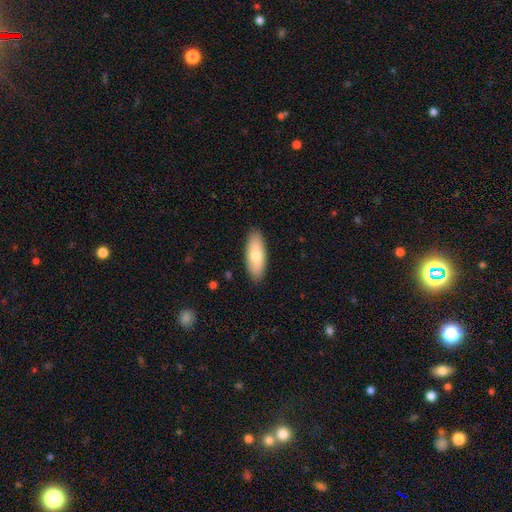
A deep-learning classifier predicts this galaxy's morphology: The model was most divided on "how rounded": in between: 75%, cigar-shaped: 23%, round: 2%. More confident: merging — none (89%); smooth or featured — smooth (74%).